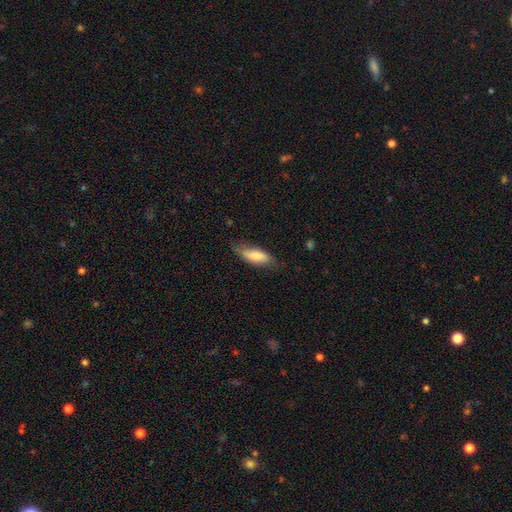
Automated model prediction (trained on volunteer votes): This appears to be a smooth galaxy with no disk features (78%) that is in between round and cigar-shaped (70%). Merging: none (67%).